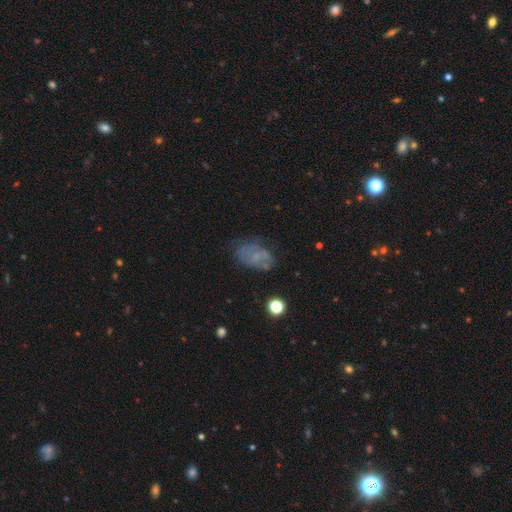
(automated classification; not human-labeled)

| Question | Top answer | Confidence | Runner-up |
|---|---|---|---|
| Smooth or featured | featured or disk | 47% | smooth (38%) |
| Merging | none | 55% | minor disturbance (25%) |